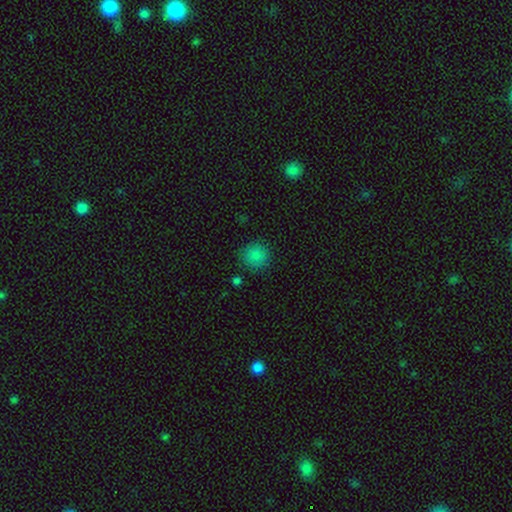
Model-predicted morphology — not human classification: type=smooth (85%); roundness=round (92%); merging=none (87%).